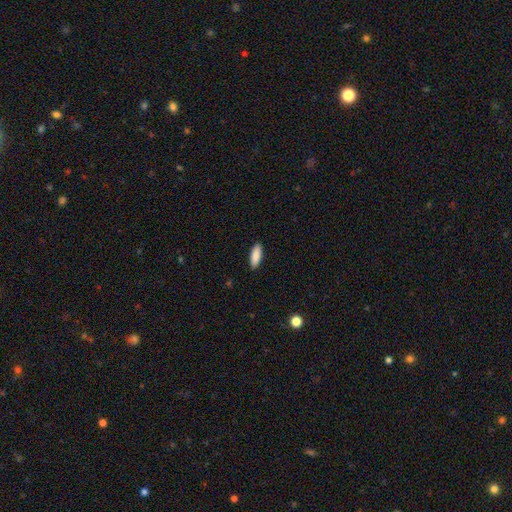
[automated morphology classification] A smooth galaxy with no disk features (88%) that is in between round and cigar-shaped (62%).

Vote fractions:
- Smooth or featured? smooth: 88% / featured or disk: 6% / star or artifact: 6%
- How rounded? in between: 62% / cigar-shaped: 36% / round: 2%
- Merging? none: 91% / minor disturbance: 7% / major disturbance: 2% / merger: 1%